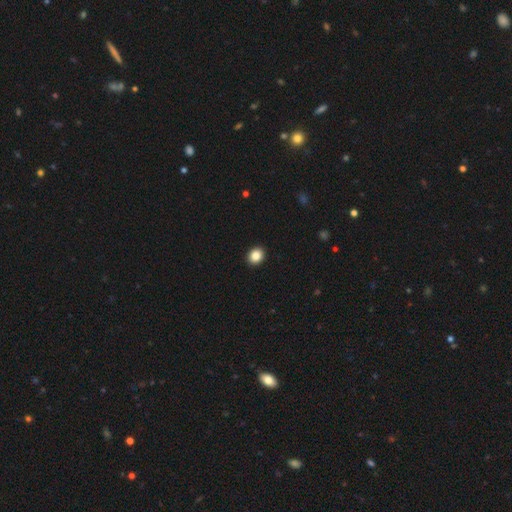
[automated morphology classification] This appears to be a smooth galaxy with no disk features (86%) that is round (63%). Merging: none (93%).